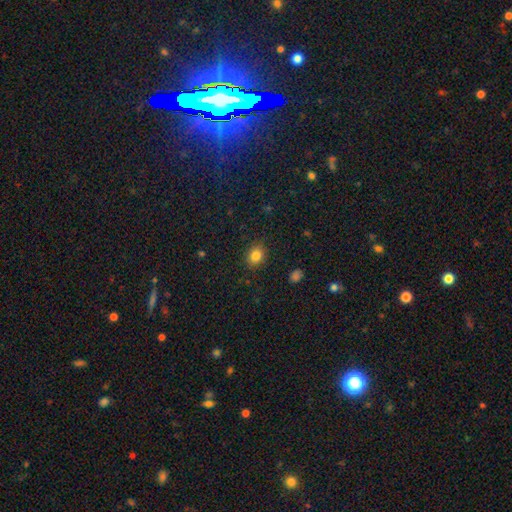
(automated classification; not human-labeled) Smooth or featured?
  - smooth: 83% *
  - star or artifact: 11%
  - featured or disk: 6%
How rounded?
  - round: 53% *
  - in between: 46%
  - cigar-shaped: 1%
Merging?
  - none: 87% *
  - minor disturbance: 9%
  - major disturbance: 2%
  - merger: 1%